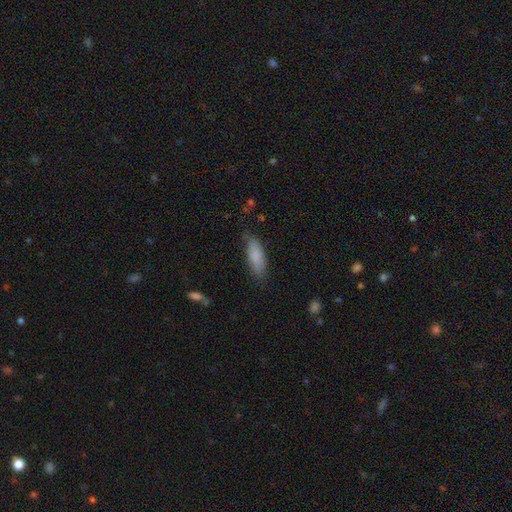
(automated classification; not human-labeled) The model was most divided on "how rounded": in between: 64%, cigar-shaped: 34%, round: 2%. More confident: smooth or featured — smooth (83%); merging — none (73%).